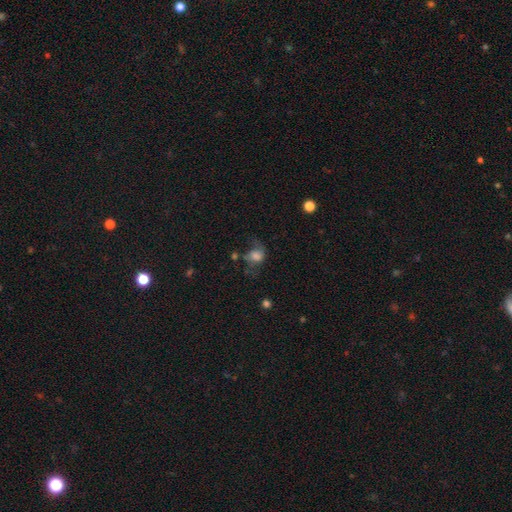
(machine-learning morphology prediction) A smooth galaxy with no disk features (65%) that is in between round and cigar-shaped (53%).

Vote fractions:
- Smooth or featured? smooth: 65% / featured or disk: 23% / star or artifact: 12%
- How rounded? in between: 53% / round: 46% / cigar-shaped: 1%
- Merging? none: 36% / major disturbance: 34% / minor disturbance: 25% / merger: 5%